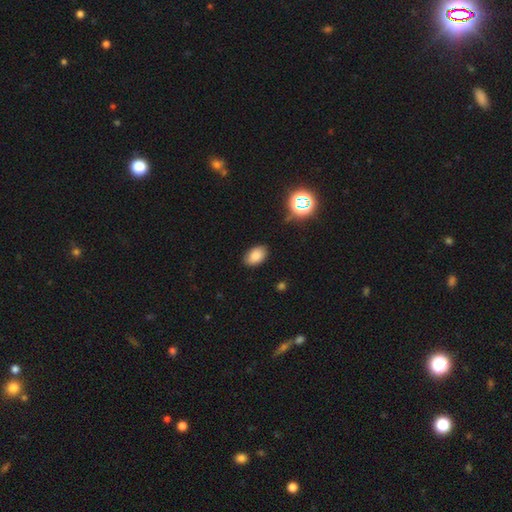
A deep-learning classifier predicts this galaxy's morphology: smooth_or_featured: smooth (p=0.83) [alt: star or artifact p=0.11]
how_rounded: in between (p=0.90) [alt: round p=0.09]
merging: none (p=0.84) [alt: minor disturbance p=0.12]